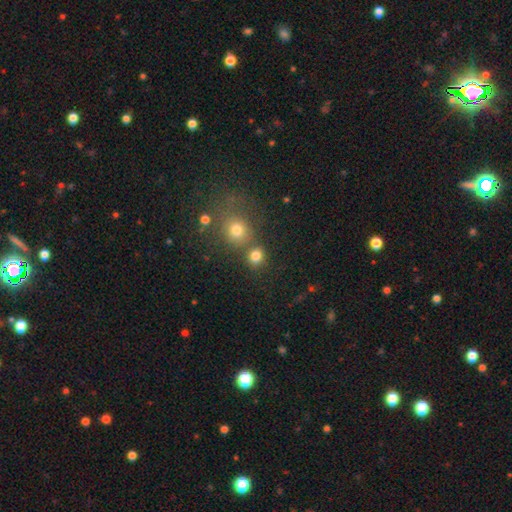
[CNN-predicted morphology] Smooth or featured: smooth — 80% (star or artifact — 15%)
How rounded: round — 82% (in between — 17%)
Merging: none — 68% (merger — 20%)